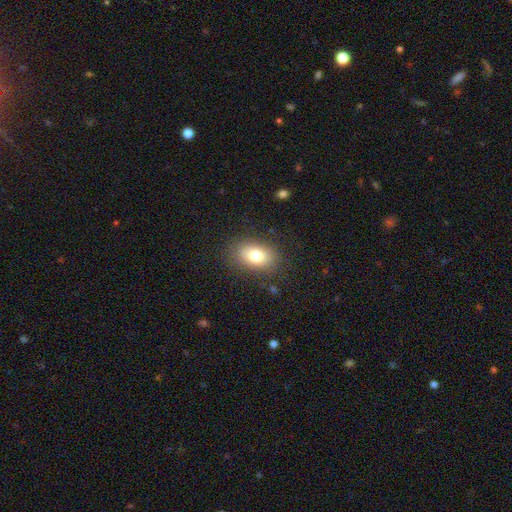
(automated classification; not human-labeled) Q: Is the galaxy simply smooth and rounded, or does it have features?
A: smooth — 78%.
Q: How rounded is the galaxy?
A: in between — 82%.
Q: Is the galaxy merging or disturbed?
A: none — 84%.